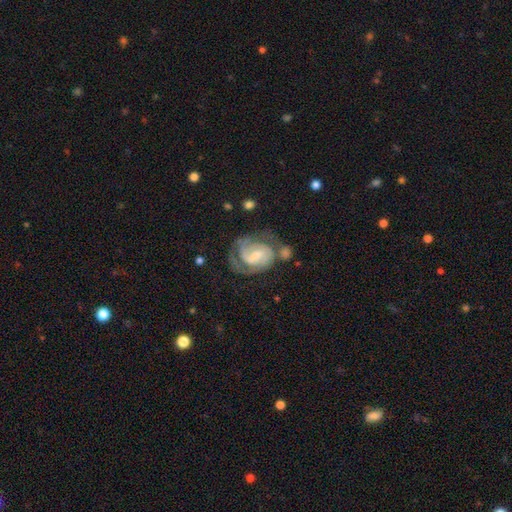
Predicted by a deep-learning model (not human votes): smooth_or_featured: featured or disk (p=0.83) [alt: smooth p=0.11]
disk_edge_on: no (p=0.98) [alt: yes p=0.02]
bar: weak (p=0.55) [alt: no p=0.26]
has_spiral_arms: yes (p=0.95) [alt: no p=0.05]
spiral_winding: tight (p=0.54) [alt: medium p=0.37]
spiral_arm_count: 2 (p=0.63) [alt: can't tell p=0.15]
bulge_size: small (p=0.42) [alt: moderate p=0.33]
merging: none (p=0.51) [alt: minor disturbance p=0.22]